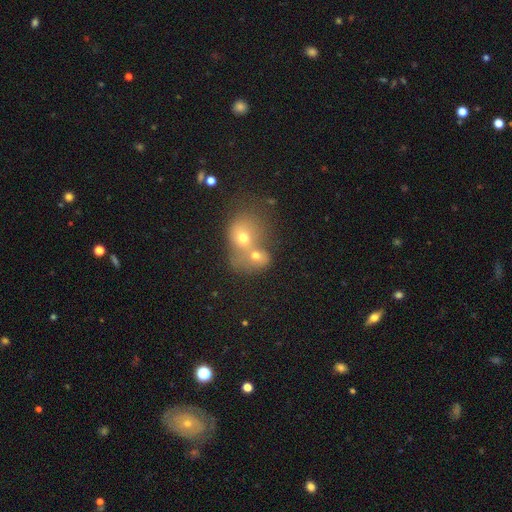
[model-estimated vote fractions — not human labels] Smooth or featured?
  - smooth: 64% *
  - featured or disk: 22%
  - star or artifact: 13%
How rounded?
  - round: 55% *
  - in between: 44%
  - cigar-shaped: 1%
Merging?
  - merger: 75% *
  - none: 15%
  - minor disturbance: 5%
  - major disturbance: 5%